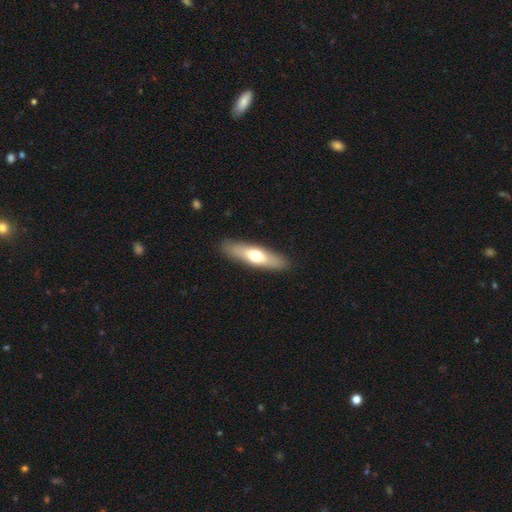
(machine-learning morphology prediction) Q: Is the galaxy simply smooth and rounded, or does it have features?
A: smooth — 58%.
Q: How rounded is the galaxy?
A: cigar-shaped — 64%.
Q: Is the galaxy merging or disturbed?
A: none — 89%.